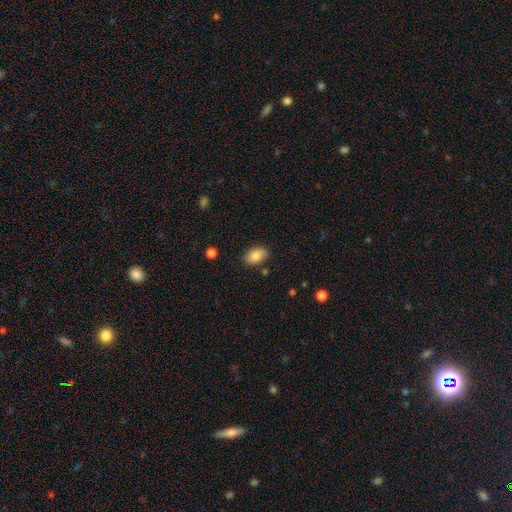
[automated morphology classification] Smooth or featured?
  - smooth: 84% *
  - featured or disk: 8%
  - star or artifact: 7%
How rounded?
  - in between: 91% *
  - round: 8%
  - cigar-shaped: 1%
Merging?
  - none: 80% *
  - minor disturbance: 15%
  - major disturbance: 3%
  - merger: 2%